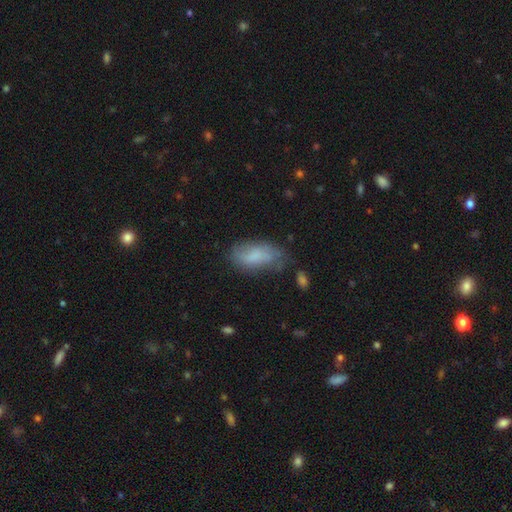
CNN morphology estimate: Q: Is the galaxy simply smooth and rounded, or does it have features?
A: smooth — 70%.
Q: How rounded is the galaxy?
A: in between — 89%.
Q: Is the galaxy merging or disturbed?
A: none — 54%.